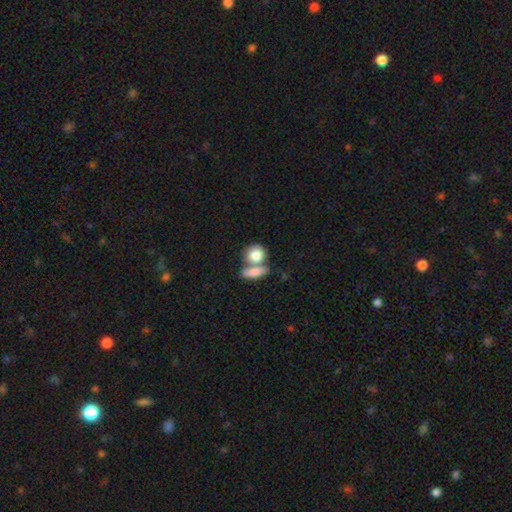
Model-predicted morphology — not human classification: This appears to be a smooth galaxy with no disk features (80%) that is round (57%). Merging: merger (52%).